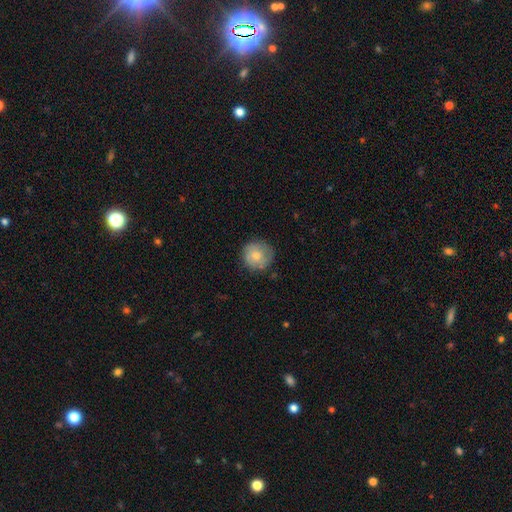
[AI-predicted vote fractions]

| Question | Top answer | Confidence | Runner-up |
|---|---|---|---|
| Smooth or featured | smooth | 73% | featured or disk (20%) |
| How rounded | round | 93% | in between (6%) |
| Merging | none | 79% | minor disturbance (16%) |